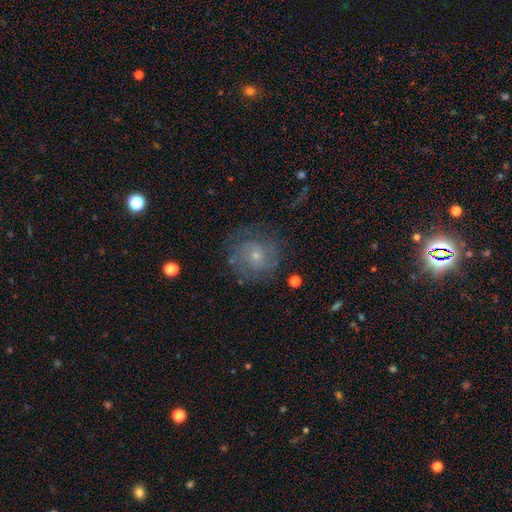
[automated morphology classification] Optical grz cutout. It shows a featured or disk galaxy (55%) with no bar (81%), spiral arms (75%) and a small central bulge (72%). Merging: none (69%).